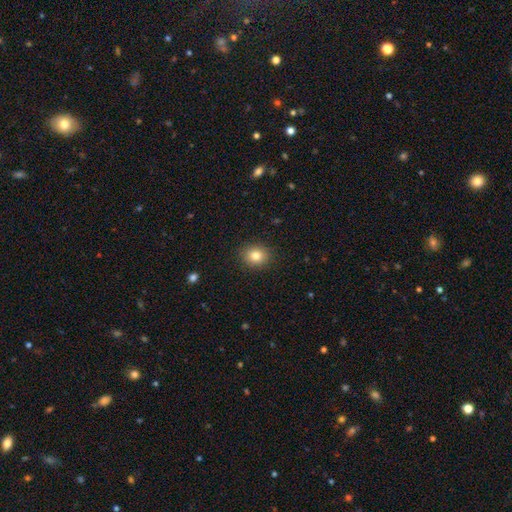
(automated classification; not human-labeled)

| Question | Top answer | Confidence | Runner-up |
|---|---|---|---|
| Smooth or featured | smooth | 82% | star or artifact (10%) |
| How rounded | round | 71% | in between (28%) |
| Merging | none | 90% | minor disturbance (7%) |